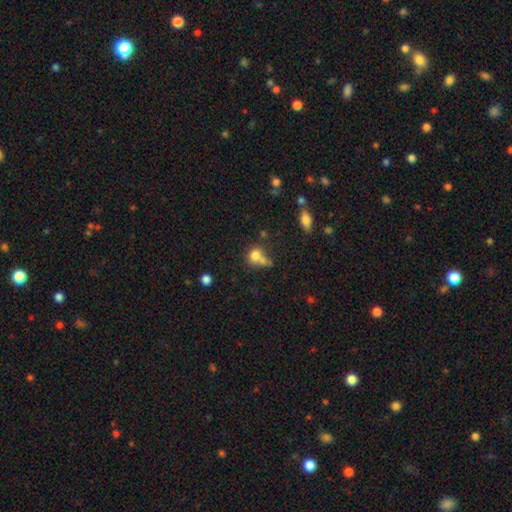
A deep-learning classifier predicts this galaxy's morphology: smooth-or-featured: smooth: 76% | featured or disk: 12% | star or artifact: 12%
  how-rounded: round: 67% | in between: 32% | cigar-shaped: 1%
  merging: merger: 44% | none: 37% | minor disturbance: 12% | major disturbance: 7%